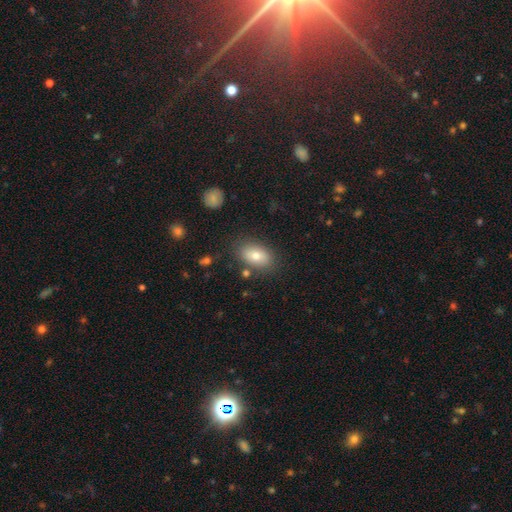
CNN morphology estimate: Smooth or featured: smooth — 76% (featured or disk — 16%)
How rounded: in between — 88% (round — 10%)
Merging: none — 79% (minor disturbance — 13%)